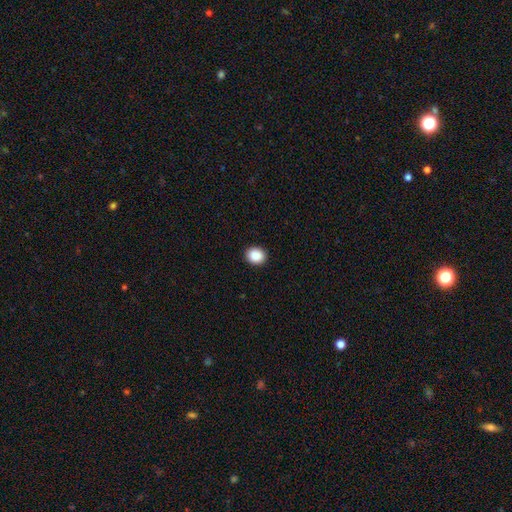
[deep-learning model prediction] smooth-or-featured: smooth: 89% | star or artifact: 8% | featured or disk: 2%
  how-rounded: round: 73% | in between: 26% | cigar-shaped: 1%
  merging: none: 91% | minor disturbance: 6% | major disturbance: 2% | merger: 1%